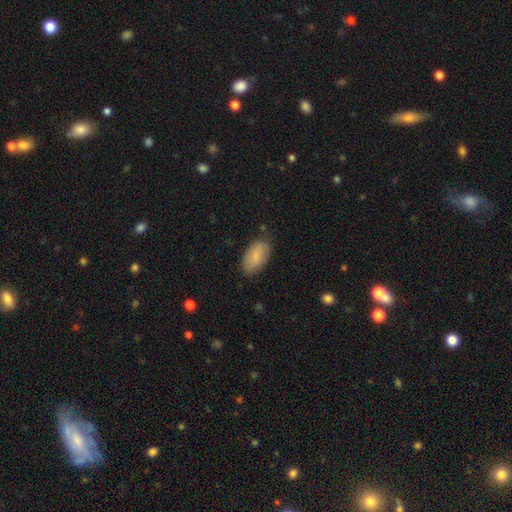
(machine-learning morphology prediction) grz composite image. It shows a smooth galaxy with no disk features (81%) that is in between round and cigar-shaped (94%). Merging: none (82%).